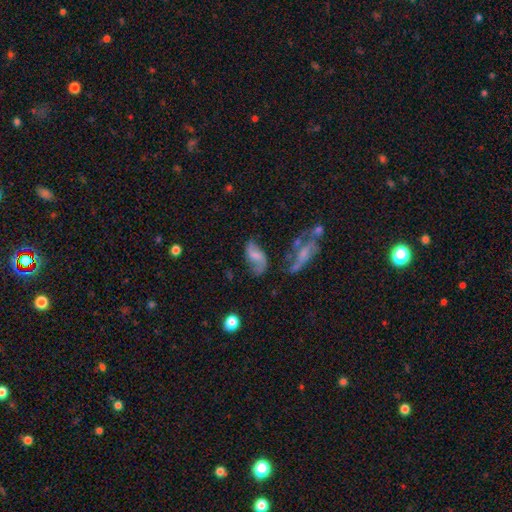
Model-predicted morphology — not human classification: A featured or disk galaxy (56%) with no bar (45%), spiral arms (86%) and no central bulge (36%). Merging: none (51%).